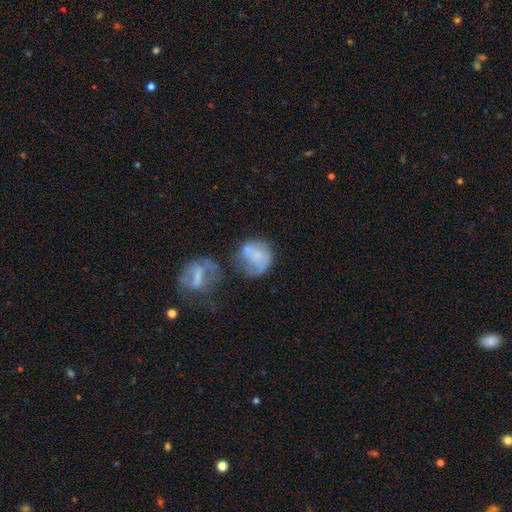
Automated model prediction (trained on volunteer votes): Smooth or featured? smooth (54%)
How rounded? round (74%)
Merging? none (35%)